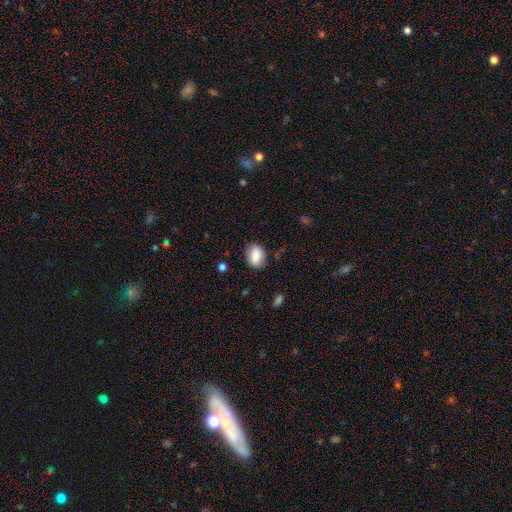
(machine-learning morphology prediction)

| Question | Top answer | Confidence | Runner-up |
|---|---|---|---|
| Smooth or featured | smooth | 85% | star or artifact (7%) |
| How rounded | in between | 73% | round (26%) |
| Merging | none | 79% | minor disturbance (15%) |